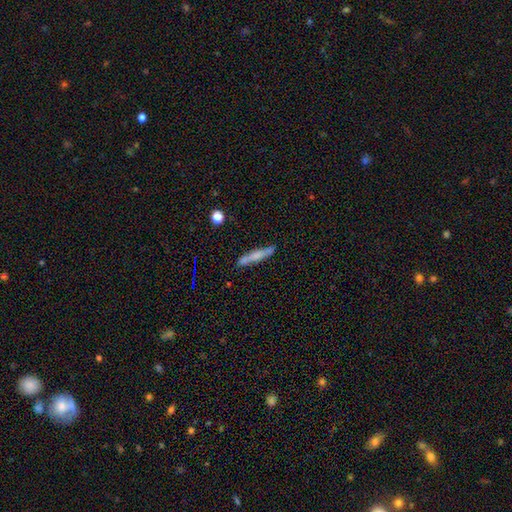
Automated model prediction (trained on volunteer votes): A smooth galaxy with no disk features (55%) that is cigar-shaped (92%). Merging: none (80%).